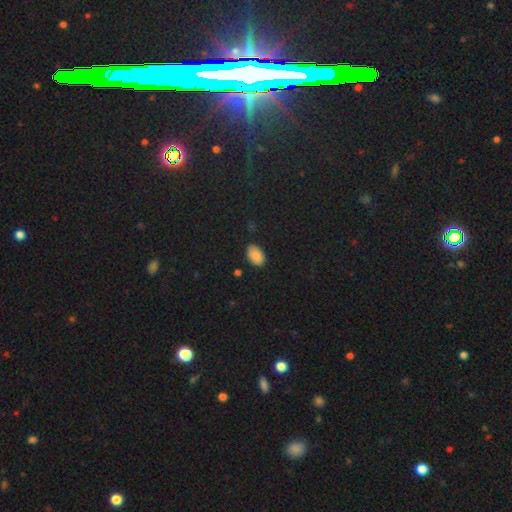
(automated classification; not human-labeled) Smooth or featured: smooth — 85% (star or artifact — 10%)
How rounded: in between — 91% (round — 8%)
Merging: none — 83% (minor disturbance — 13%)